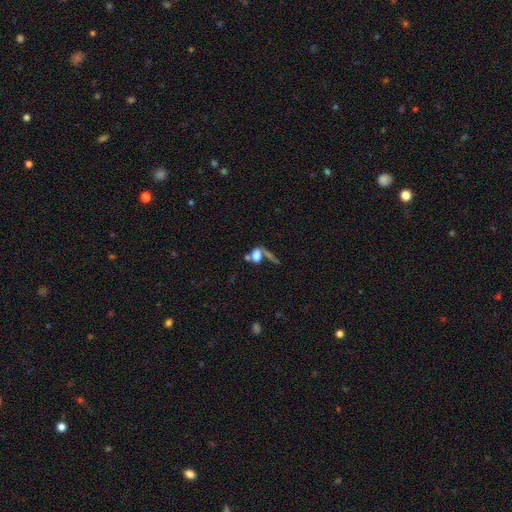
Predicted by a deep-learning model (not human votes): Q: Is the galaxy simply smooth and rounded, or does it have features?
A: smooth — 63%.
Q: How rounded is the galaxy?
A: in between — 62%.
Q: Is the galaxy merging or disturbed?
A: merger — 40%.